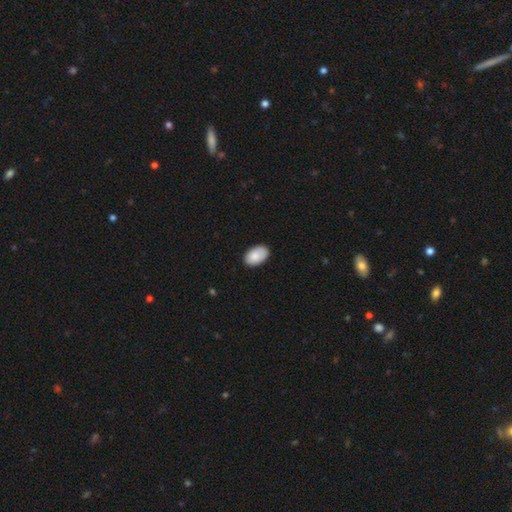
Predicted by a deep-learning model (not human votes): smooth_or_featured: smooth (p=0.87) [alt: star or artifact p=0.06]
how_rounded: in between (p=0.93) [alt: round p=0.06]
merging: none (p=0.85) [alt: minor disturbance p=0.12]